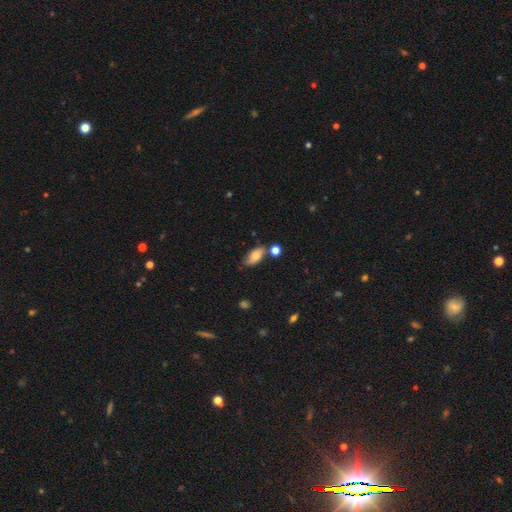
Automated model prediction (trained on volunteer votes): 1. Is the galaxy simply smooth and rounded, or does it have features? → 74% smooth, 18% featured or disk, 9% star or artifact.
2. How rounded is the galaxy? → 87% in between, 8% cigar-shaped, 5% round.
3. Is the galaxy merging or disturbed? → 62% none, 21% minor disturbance, 11% merger, 5% major disturbance.